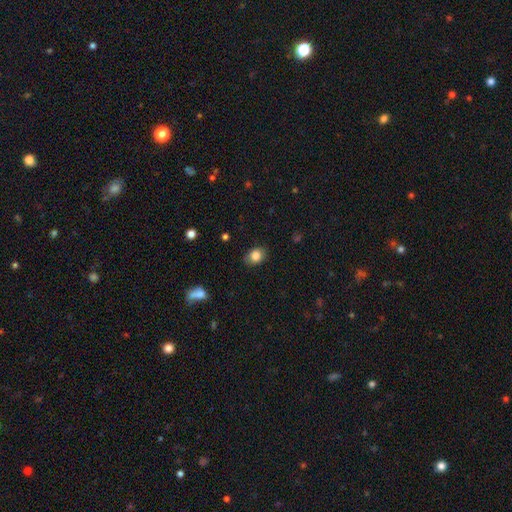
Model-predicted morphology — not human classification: This is clearly a smooth galaxy (83%). How rounded: likely in between (65%). Merging: clearly none (81%).